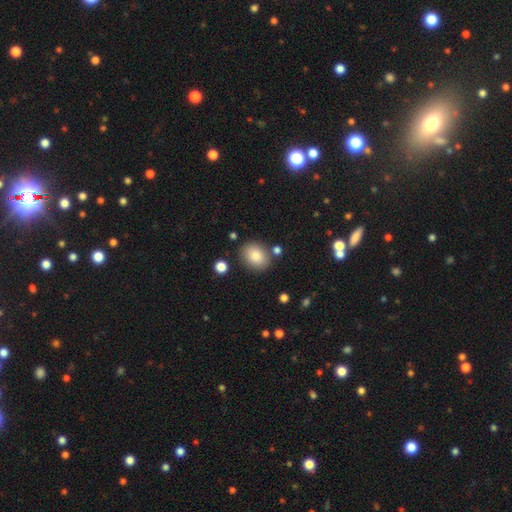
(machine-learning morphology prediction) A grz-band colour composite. It shows a smooth galaxy with no disk features (85%) that is in between round and cigar-shaped (55%). Merging: none (81%).